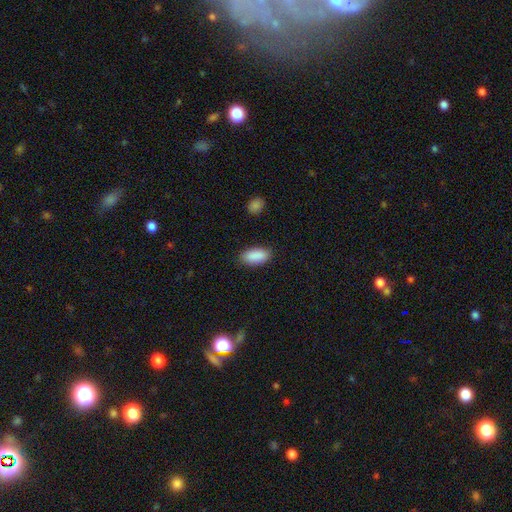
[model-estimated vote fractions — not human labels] Smooth or featured?
  - smooth: 90% *
  - star or artifact: 6%
  - featured or disk: 3%
How rounded?
  - in between: 91% *
  - cigar-shaped: 7%
  - round: 2%
Merging?
  - none: 87% *
  - minor disturbance: 10%
  - major disturbance: 2%
  - merger: 1%